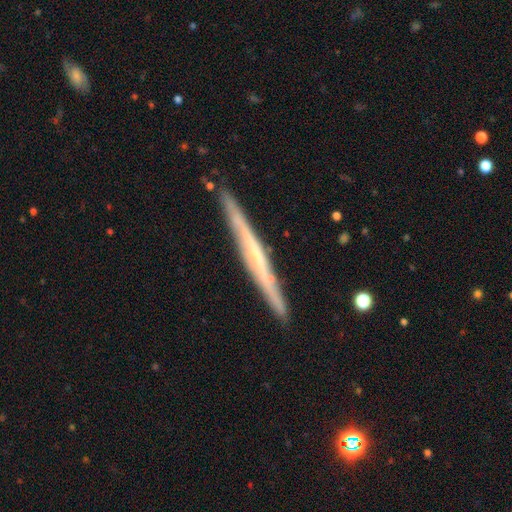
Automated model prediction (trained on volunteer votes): A featured or disk galaxy (69%) viewed edge-on (96%) with no central bulge (68%). Merging: none (88%).